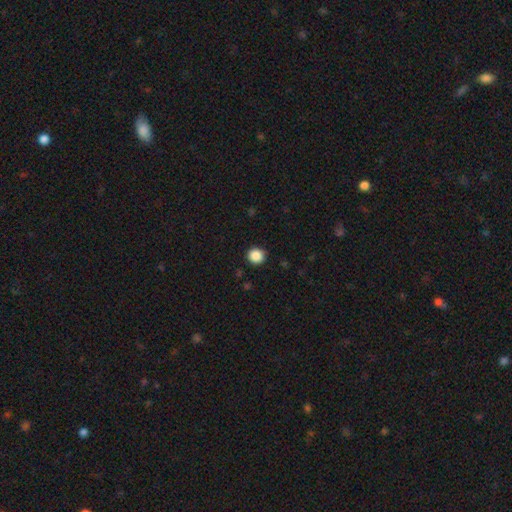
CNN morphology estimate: Smooth or featured? Predicted: smooth (p=0.87). How rounded? Predicted: round (p=0.91). Merging? Predicted: none (p=0.91).